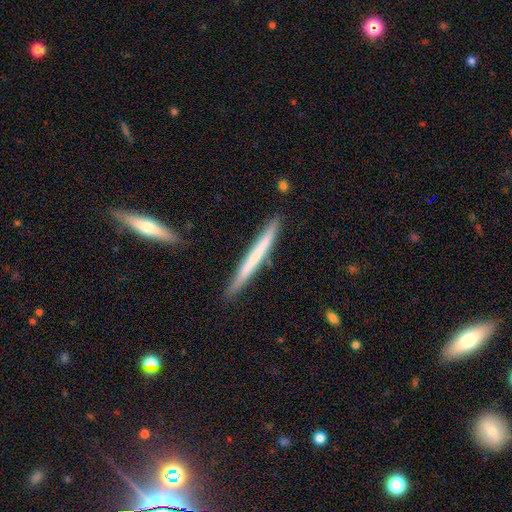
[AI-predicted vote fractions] This is possibly a smooth galaxy (56%). How rounded: clearly cigar-shaped (97%). Merging: clearly none (89%).